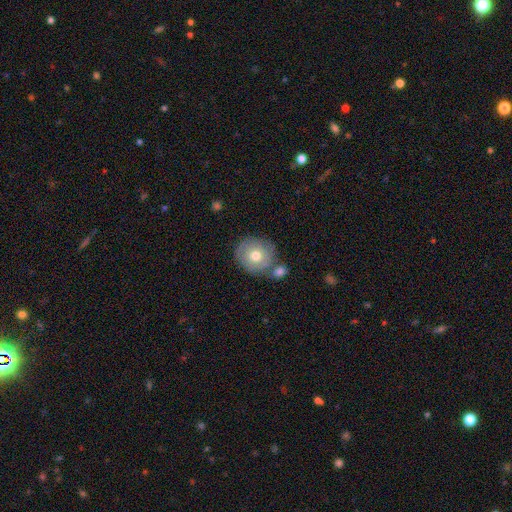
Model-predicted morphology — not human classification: smooth_or_featured: smooth (p=0.63) [alt: featured or disk p=0.31]
how_rounded: round (p=0.87) [alt: in between p=0.12]
merging: none (p=0.60) [alt: merger p=0.20]